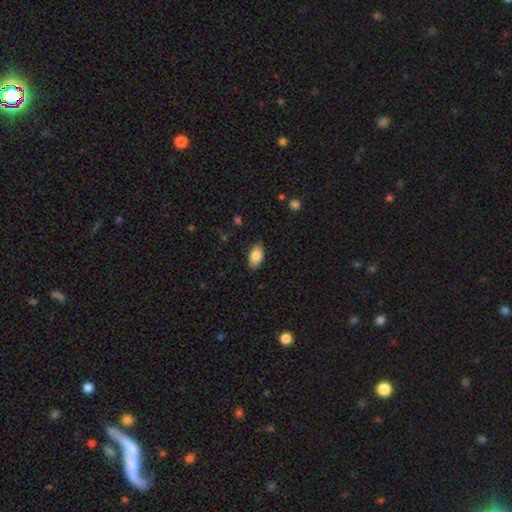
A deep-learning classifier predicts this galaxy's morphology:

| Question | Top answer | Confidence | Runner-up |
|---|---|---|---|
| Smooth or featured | smooth | 85% | featured or disk (8%) |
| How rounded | in between | 93% | round (5%) |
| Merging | none | 85% | minor disturbance (11%) |